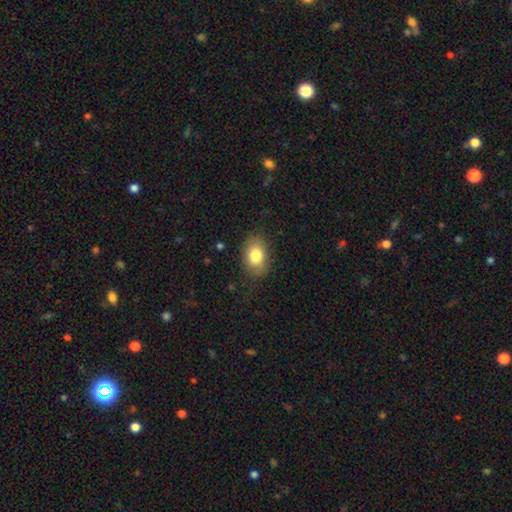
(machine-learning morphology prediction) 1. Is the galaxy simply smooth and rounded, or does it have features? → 80% smooth, 11% featured or disk, 8% star or artifact.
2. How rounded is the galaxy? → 79% in between, 20% round, 1% cigar-shaped.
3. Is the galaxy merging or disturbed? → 81% none, 14% minor disturbance, 4% major disturbance, 1% merger.